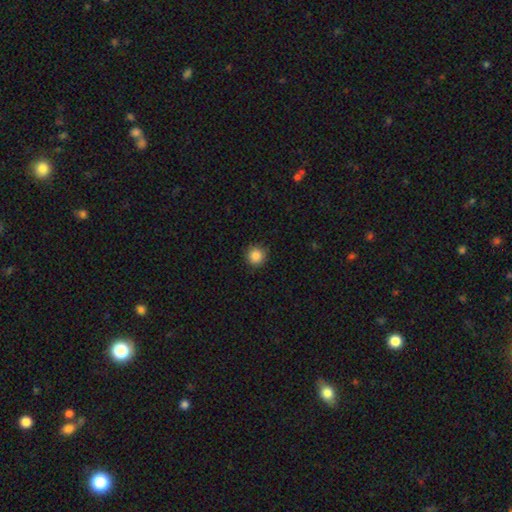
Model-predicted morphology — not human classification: The model was most divided on "smooth or featured": smooth: 87%, star or artifact: 10%, featured or disk: 3%. More confident: how rounded — round (95%); merging — none (90%).